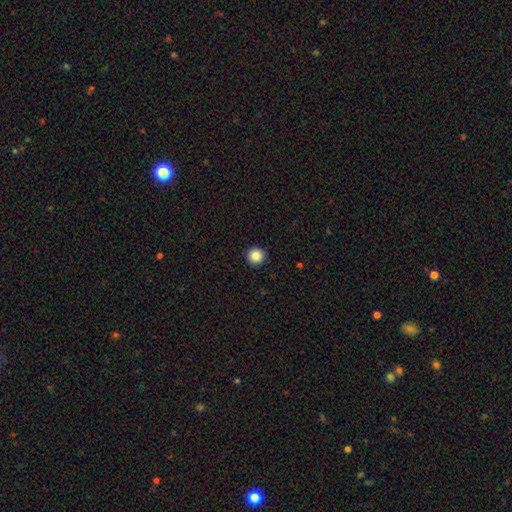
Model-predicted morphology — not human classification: Smooth or featured? Predicted: smooth (p=0.87). How rounded? Predicted: round (p=0.97). Merging? Predicted: none (p=0.94).